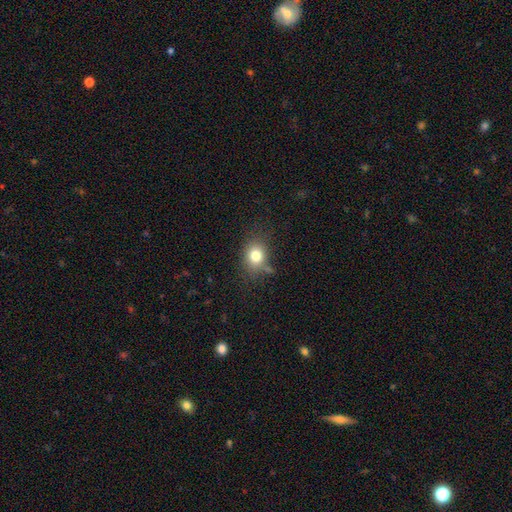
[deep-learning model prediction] The model was most divided on "how rounded": round: 57%, in between: 42%, cigar-shaped: 1%. More confident: smooth or featured — smooth (78%); merging — none (72%).